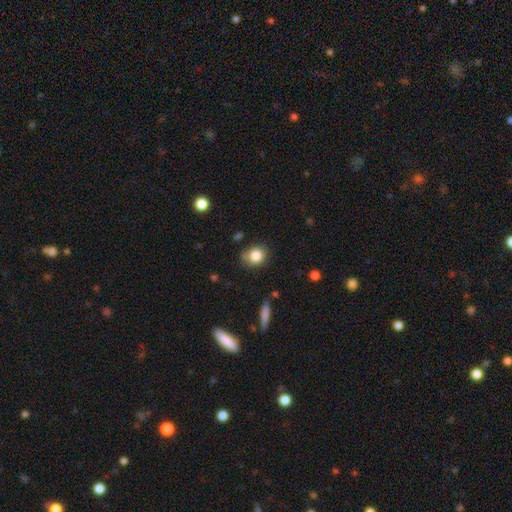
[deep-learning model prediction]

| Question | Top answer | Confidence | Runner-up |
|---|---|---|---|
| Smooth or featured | smooth | 83% | star or artifact (10%) |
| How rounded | round | 68% | in between (31%) |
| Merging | none | 75% | minor disturbance (18%) |